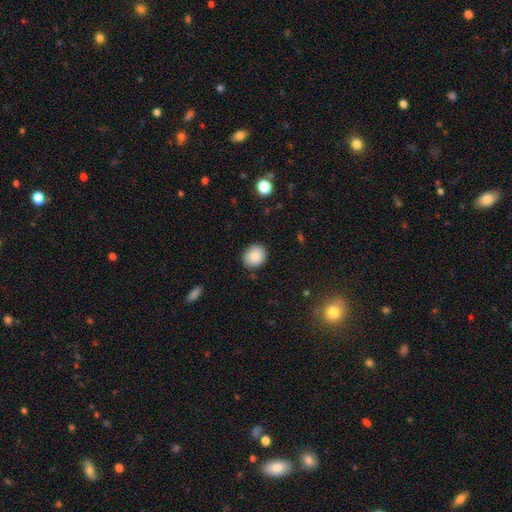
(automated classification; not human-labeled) Q: Smooth or featured?
A: smooth (86%); runner-up: star or artifact (8%)
Q: How rounded?
A: round (74%); runner-up: in between (25%)
Q: Merging?
A: none (87%); runner-up: minor disturbance (10%)